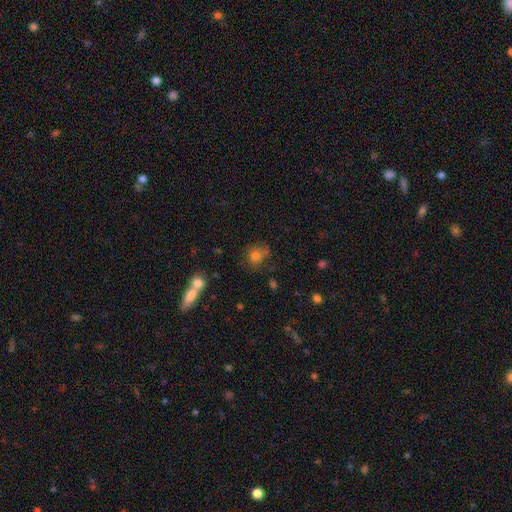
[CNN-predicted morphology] type=smooth (75%); roundness=round (79%); merging=none (62%).